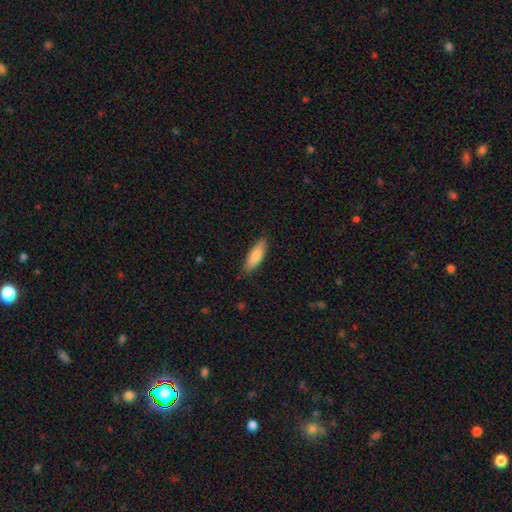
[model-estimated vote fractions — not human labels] Smooth or featured?
  - smooth: 82% *
  - featured or disk: 12%
  - star or artifact: 6%
How rounded?
  - cigar-shaped: 50% *
  - in between: 48%
  - round: 2%
Merging?
  - none: 85% *
  - minor disturbance: 12%
  - major disturbance: 2%
  - merger: 1%